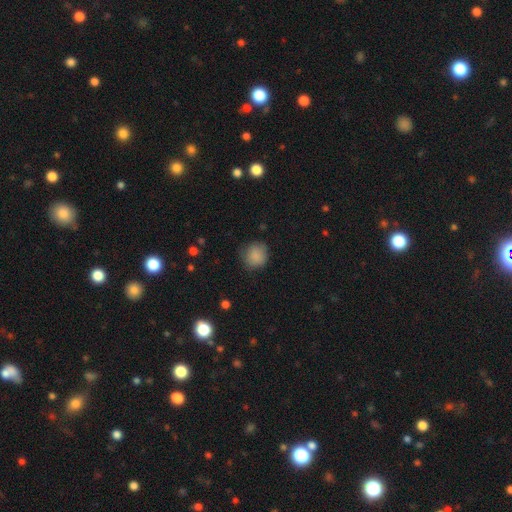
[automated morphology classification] smooth-or-featured: smooth: 86% | star or artifact: 9% | featured or disk: 5%
  how-rounded: round: 85% | in between: 14% | cigar-shaped: 1%
  merging: none: 76% | minor disturbance: 18% | major disturbance: 5% | merger: 1%